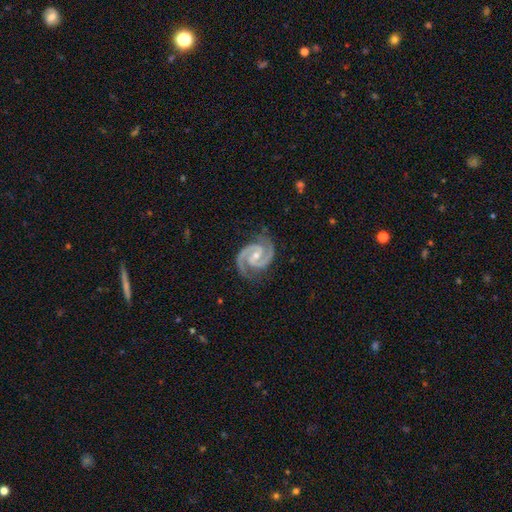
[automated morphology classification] type=featured or disk (95%); edge-on=no (98%); bar=weak (43%); spiral arms=yes (99%); winding=medium (54%); arm count=2 (94%); bulge=small (51%); merging=none (83%).